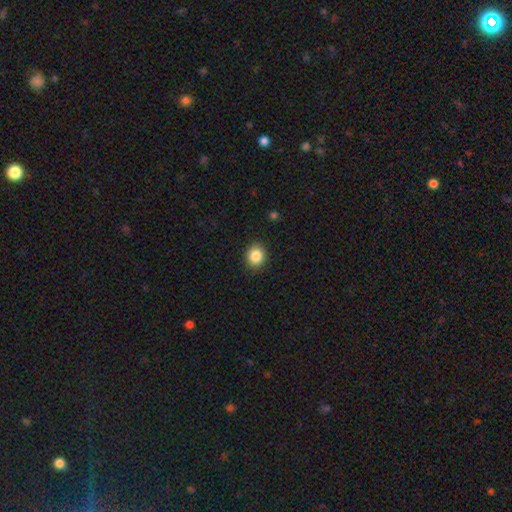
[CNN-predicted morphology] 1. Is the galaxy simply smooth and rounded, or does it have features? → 86% smooth, 9% star or artifact, 5% featured or disk.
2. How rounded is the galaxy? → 69% round, 30% in between, 1% cigar-shaped.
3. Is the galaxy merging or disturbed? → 89% none, 8% minor disturbance, 2% major disturbance, 1% merger.